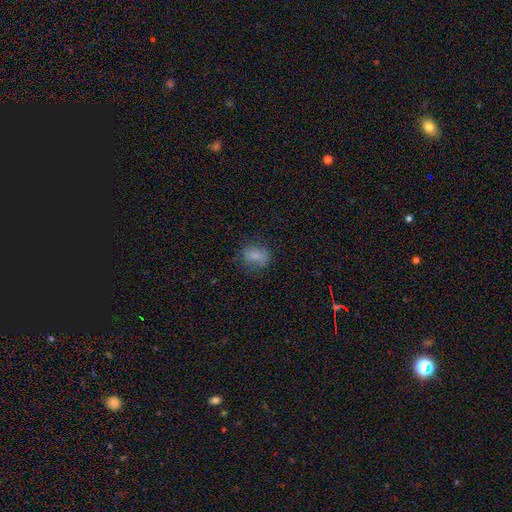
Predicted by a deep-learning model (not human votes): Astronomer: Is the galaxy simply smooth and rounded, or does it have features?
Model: smooth — 77%.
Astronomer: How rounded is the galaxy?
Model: in between — 66%.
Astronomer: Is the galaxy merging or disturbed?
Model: none — 70%.